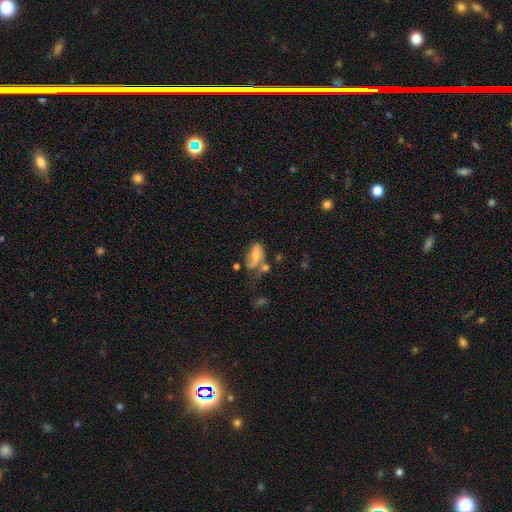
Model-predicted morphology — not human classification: A featured or disk galaxy (54%) with no bar (50%), spiral arms (80%) and a moderate central bulge (48%).

Vote fractions:
- Smooth or featured? featured or disk: 54% / smooth: 37% / star or artifact: 9%
- Edge-on disk? no: 95% / yes: 5%
- Bar? no: 50% / weak: 36% / strong: 14%
- Spiral arms? yes: 80% / no: 20%
- Bulge size? moderate: 48% / small: 38% / none: 7% / large: 5% / dominant: 1%
- Merging? none: 35% / minor disturbance: 25% / major disturbance: 21% / merger: 19%